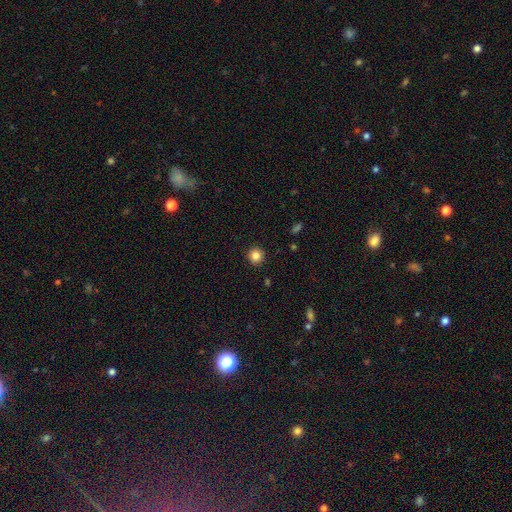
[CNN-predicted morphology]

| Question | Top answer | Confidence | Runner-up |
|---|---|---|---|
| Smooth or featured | smooth | 84% | star or artifact (11%) |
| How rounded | round | 95% | in between (4%) |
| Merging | none | 92% | minor disturbance (5%) |